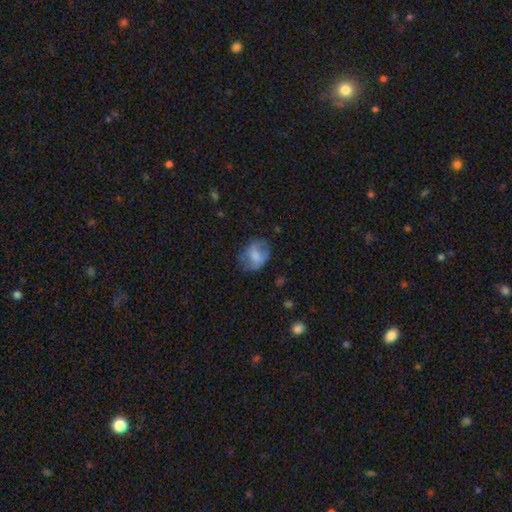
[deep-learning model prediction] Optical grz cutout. It shows a smooth galaxy with no disk features (63%) that is in between round and cigar-shaped (62%). Merging: none (60%).